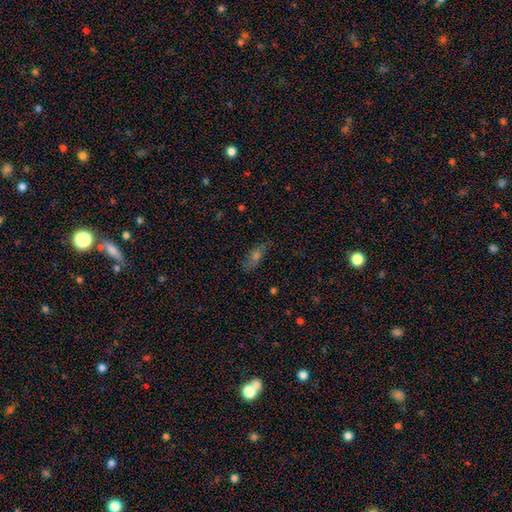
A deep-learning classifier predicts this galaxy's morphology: smooth-or-featured: smooth: 49% | featured or disk: 32% | star or artifact: 19%
  merging: none: 76% | minor disturbance: 17% | major disturbance: 5% | merger: 2%